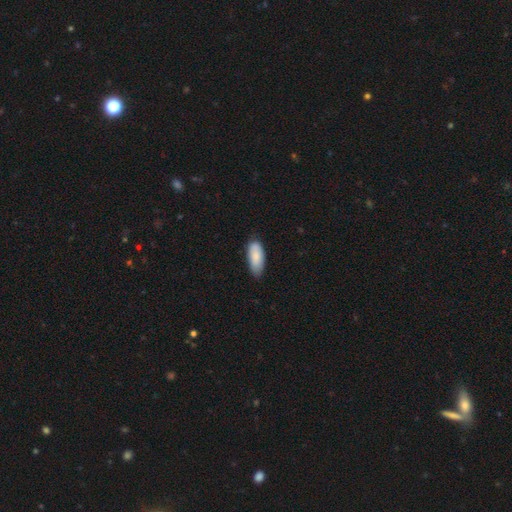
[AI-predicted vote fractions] A smooth galaxy with no disk features (86%) that is in between round and cigar-shaped (85%). Merging: none (71%).